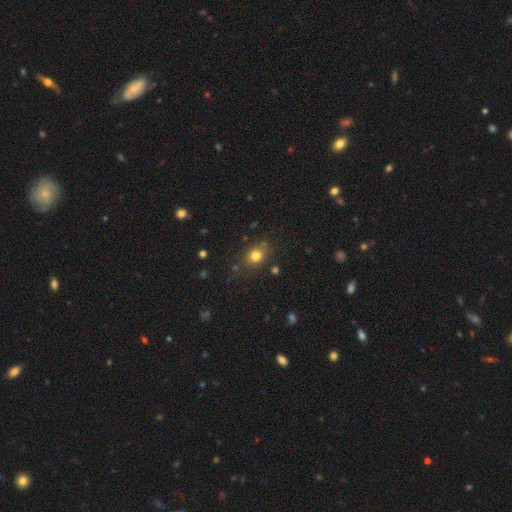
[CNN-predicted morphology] This appears to be a smooth galaxy with no disk features (77%) that is round (57%). Merging: none (77%).